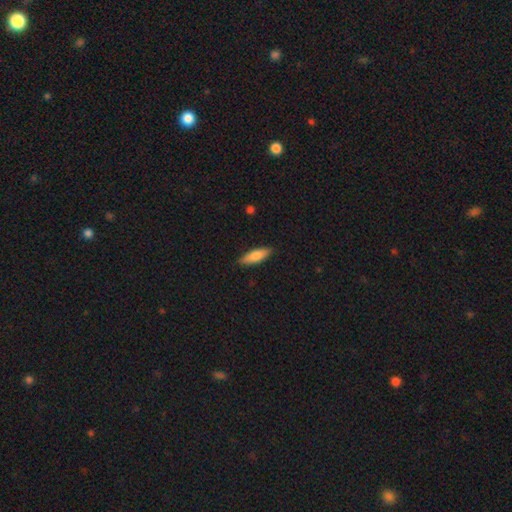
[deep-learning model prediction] Morphology: type=smooth (78%); roundness=cigar-shaped (49%, tied with in between); merging=none (87%).